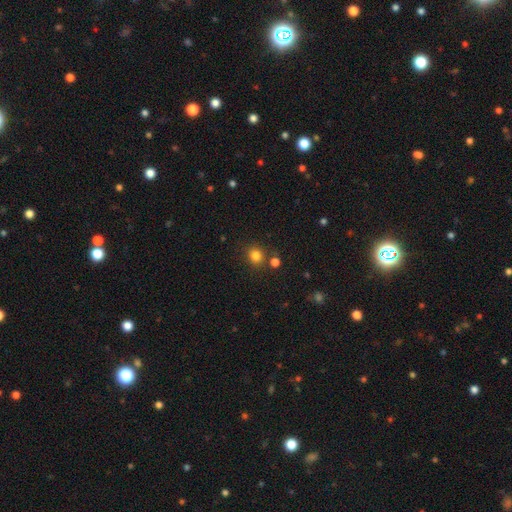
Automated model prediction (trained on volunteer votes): smooth_or_featured: smooth (p=0.81) [alt: star or artifact p=0.14]
how_rounded: round (p=0.81) [alt: in between p=0.18]
merging: none (p=0.79) [alt: minor disturbance p=0.09]